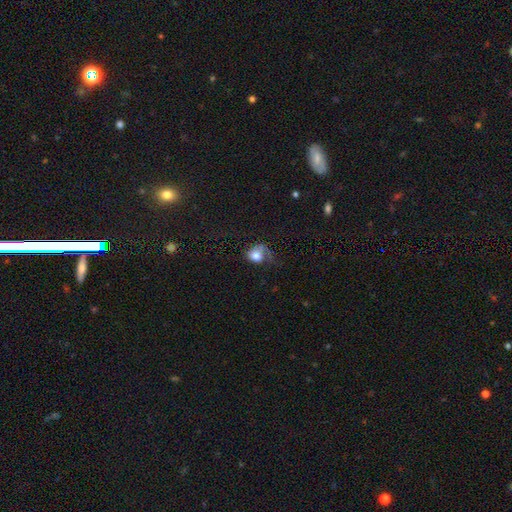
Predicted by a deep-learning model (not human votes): Overall: smooth (69%). How rounded: in between (50%; round 49%). Merging: major disturbance (39%; none 30%).